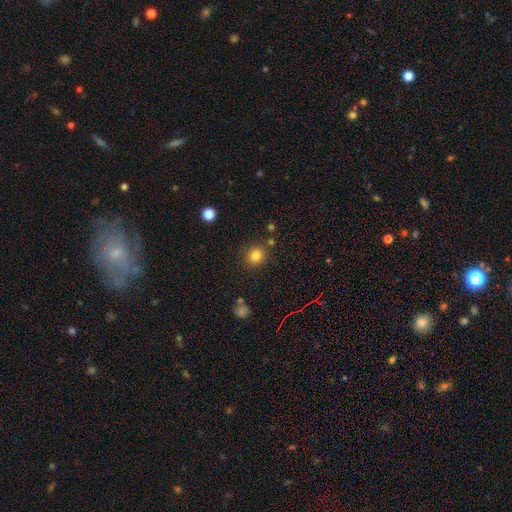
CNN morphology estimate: smooth_or_featured: smooth (p=0.83) [alt: star or artifact p=0.12]
how_rounded: round (p=0.88) [alt: in between p=0.11]
merging: none (p=0.82) [alt: minor disturbance p=0.09]